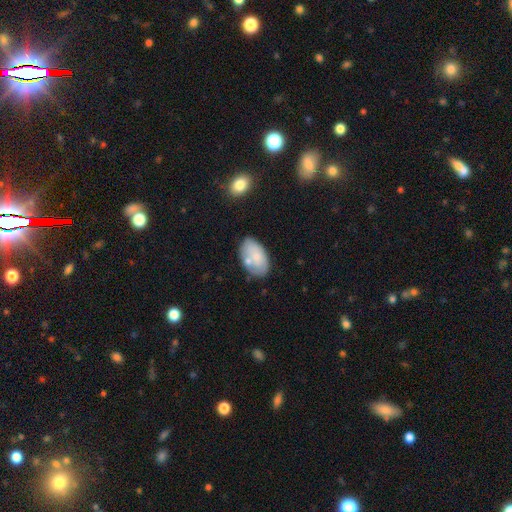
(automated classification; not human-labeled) Smooth or featured: smooth — 69% (featured or disk — 24%)
How rounded: in between — 94% (round — 5%)
Merging: none — 62% (minor disturbance — 20%)